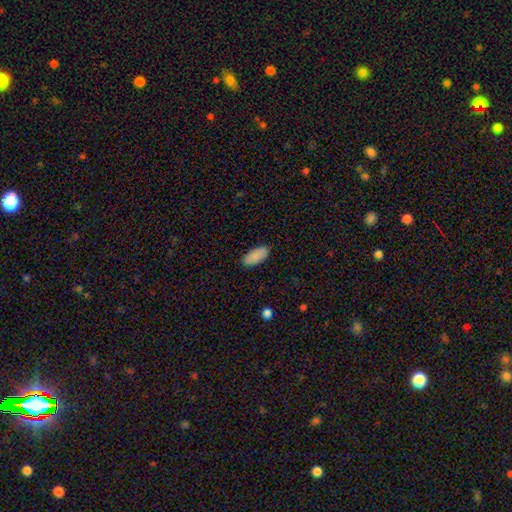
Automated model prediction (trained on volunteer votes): smooth 89%, star or artifact 6%, featured or disk 4%. Down the decision tree: how rounded — in between (91%); merging — none (87%).